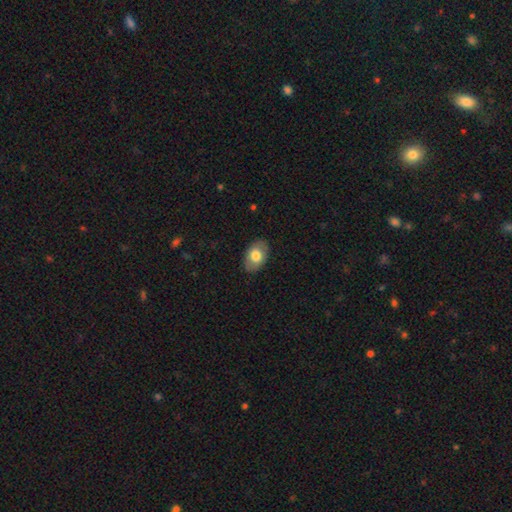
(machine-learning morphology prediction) A smooth galaxy with no disk features (72%) that is in between round and cigar-shaped (89%). Merging: none (86%).